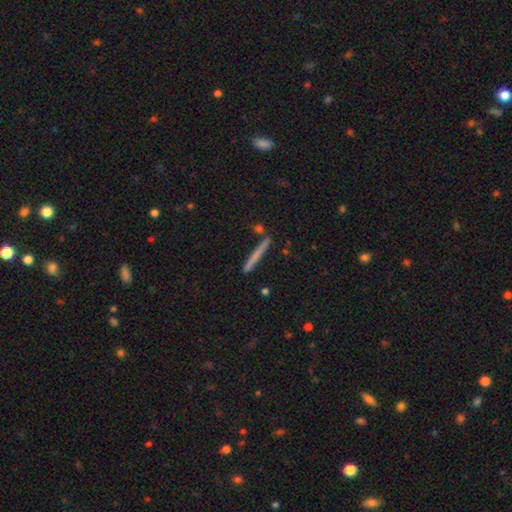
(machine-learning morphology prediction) smooth_or_featured: smooth (p=0.61) [alt: featured or disk p=0.33]
how_rounded: cigar-shaped (p=0.96) [alt: in between p=0.02]
merging: none (p=0.86) [alt: minor disturbance p=0.09]